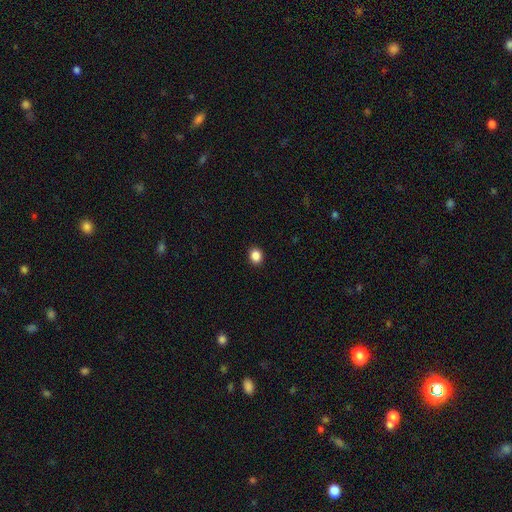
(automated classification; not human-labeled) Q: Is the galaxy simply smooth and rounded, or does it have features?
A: smooth — 87%.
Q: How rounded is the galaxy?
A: round — 61%.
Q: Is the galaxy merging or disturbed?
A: none — 92%.